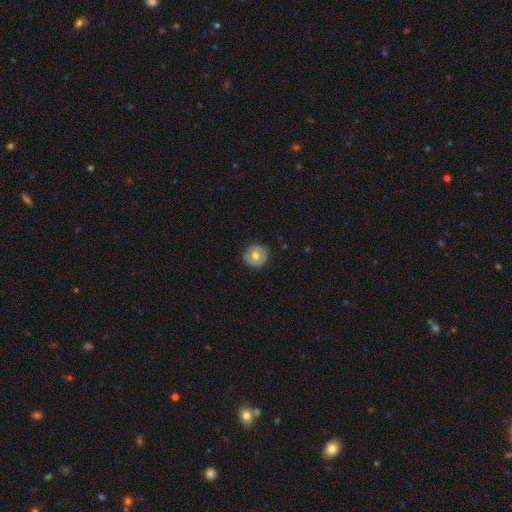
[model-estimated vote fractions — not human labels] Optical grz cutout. It shows a smooth galaxy with no disk features (60%) that is round (84%). Merging: none (81%).